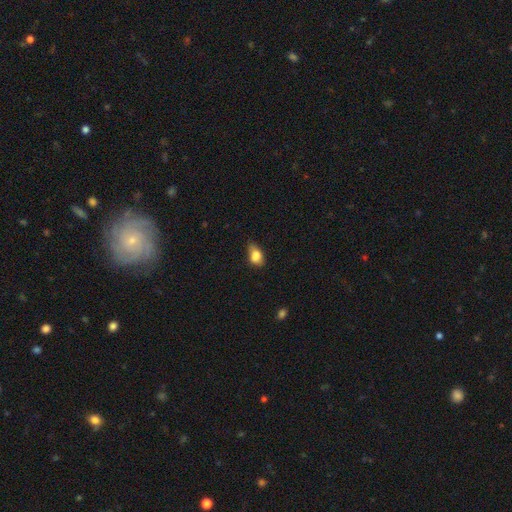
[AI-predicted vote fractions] A smooth galaxy with no disk features (83%) that is in between round and cigar-shaped (81%).

Vote fractions:
- Smooth or featured? smooth: 83% / star or artifact: 9% / featured or disk: 8%
- How rounded? in between: 81% / round: 16% / cigar-shaped: 2%
- Merging? none: 46% / minor disturbance: 41% / major disturbance: 10% / merger: 3%